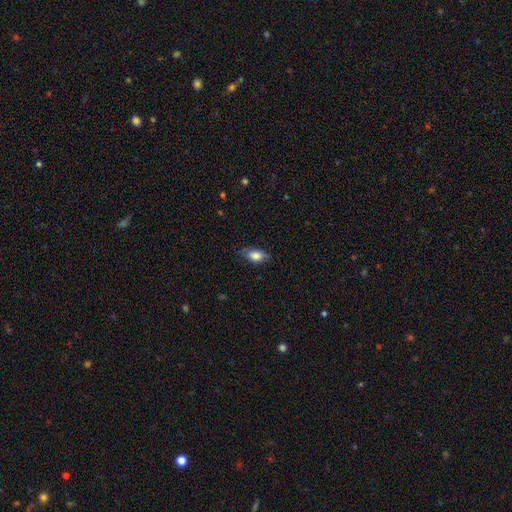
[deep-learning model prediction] Q: Smooth or featured?
A: smooth (83%); runner-up: featured or disk (10%)
Q: How rounded?
A: in between (88%); runner-up: round (7%)
Q: Merging?
A: none (73%); runner-up: minor disturbance (22%)